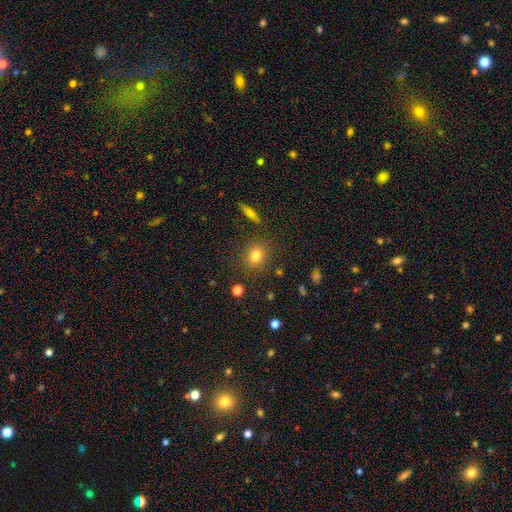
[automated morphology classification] Smooth or featured? Predicted: smooth (p=0.78). How rounded? Predicted: round (p=0.74). Merging? Predicted: none (p=0.85).